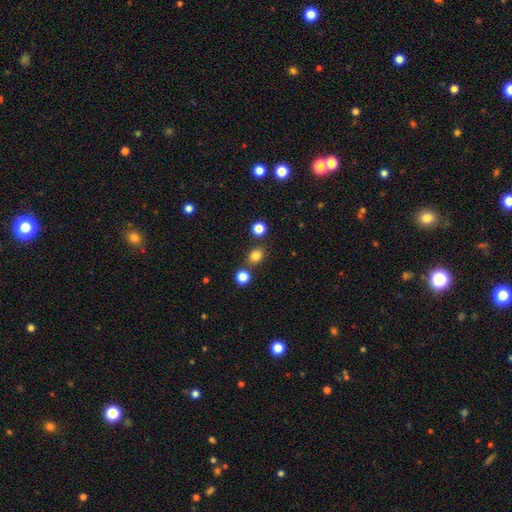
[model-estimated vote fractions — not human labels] Q: Smooth or featured?
A: smooth (81%); runner-up: star or artifact (15%)
Q: How rounded?
A: round (74%); runner-up: in between (25%)
Q: Merging?
A: none (78%); runner-up: merger (11%)